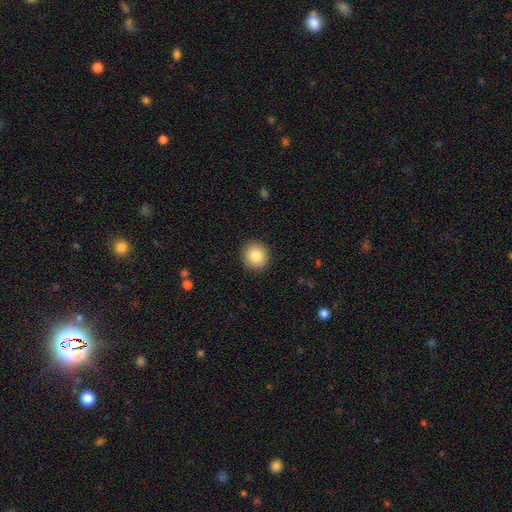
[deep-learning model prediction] Overall: smooth (83%). How rounded: round (92%). Merging: none (92%).